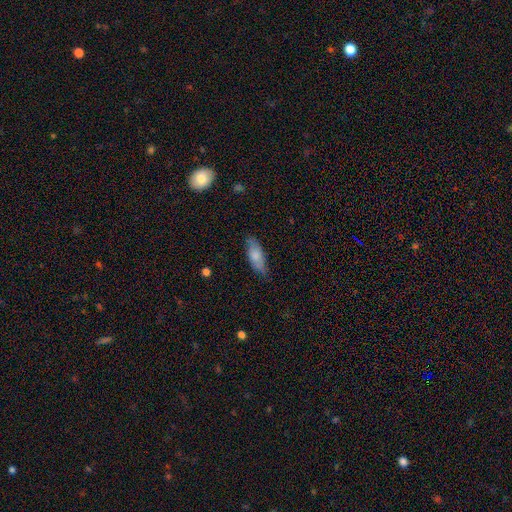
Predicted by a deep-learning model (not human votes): The model was most divided on "smooth or featured": smooth: 72%, featured or disk: 22%, star or artifact: 6%. More confident: how rounded — in between (75%); merging — none (73%).